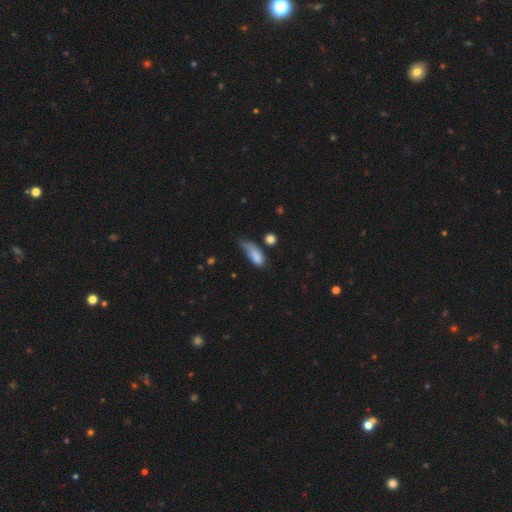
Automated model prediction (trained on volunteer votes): smooth-or-featured: smooth: 79% | featured or disk: 12% | star or artifact: 9%
  how-rounded: in between: 75% | cigar-shaped: 20% | round: 5%
  merging: minor disturbance: 39% | major disturbance: 31% | none: 23% | merger: 7%